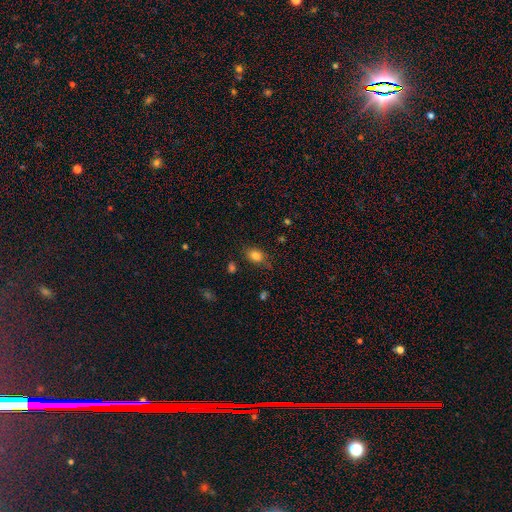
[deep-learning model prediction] The model was most divided on "how rounded": in between: 70%, round: 28%, cigar-shaped: 2%. More confident: smooth or featured — smooth (82%); merging — none (74%).